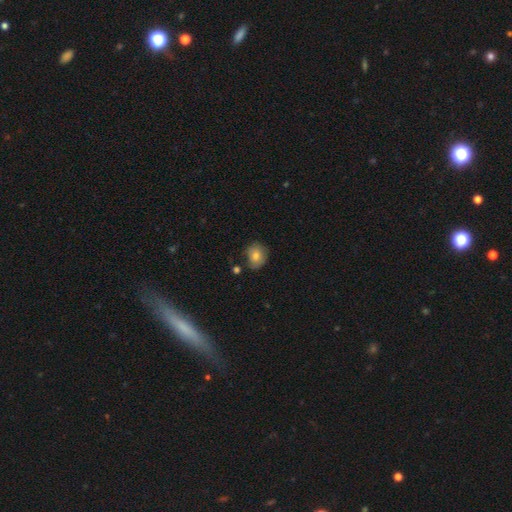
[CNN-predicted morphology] A smooth galaxy with no disk features (77%) that is round (67%).

Vote fractions:
- Smooth or featured? smooth: 77% / featured or disk: 14% / star or artifact: 9%
- How rounded? round: 67% / in between: 32% / cigar-shaped: 1%
- Merging? none: 71% / minor disturbance: 20% / major disturbance: 4% / merger: 4%